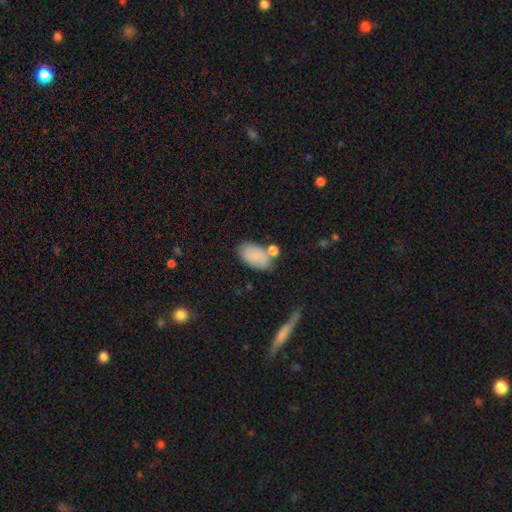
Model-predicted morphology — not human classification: This appears to be a smooth galaxy with no disk features (82%) that is in between round and cigar-shaped (93%). Merging: none (59%).